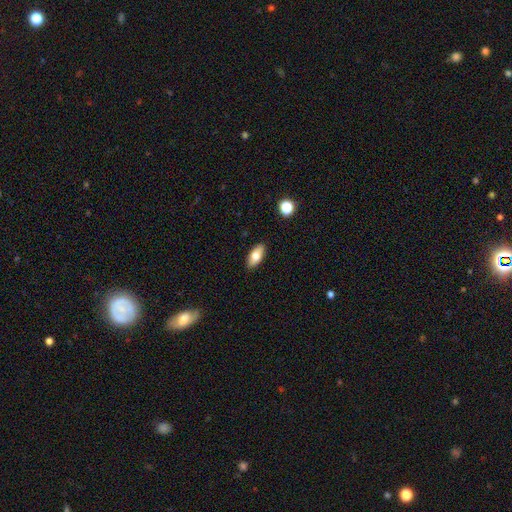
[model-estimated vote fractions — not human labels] A smooth galaxy with no disk features (76%) that is in between round and cigar-shaped (87%).

Vote fractions:
- Smooth or featured? smooth: 76% / featured or disk: 17% / star or artifact: 7%
- How rounded? in between: 87% / cigar-shaped: 10% / round: 3%
- Merging? none: 88% / minor disturbance: 9% / major disturbance: 2% / merger: 1%